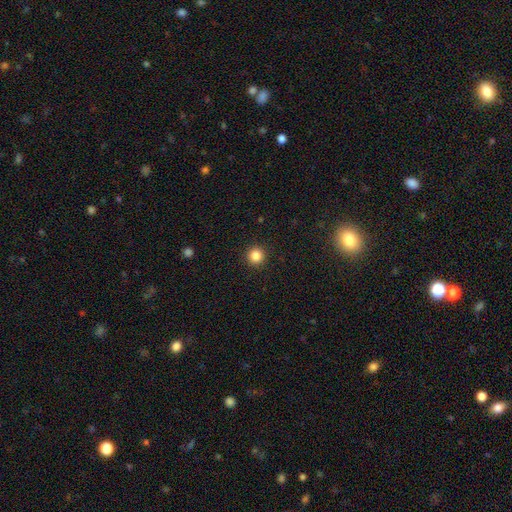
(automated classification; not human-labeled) Smooth or featured: smooth — 84% (star or artifact — 12%)
How rounded: round — 96% (in between — 3%)
Merging: none — 93% (minor disturbance — 4%)